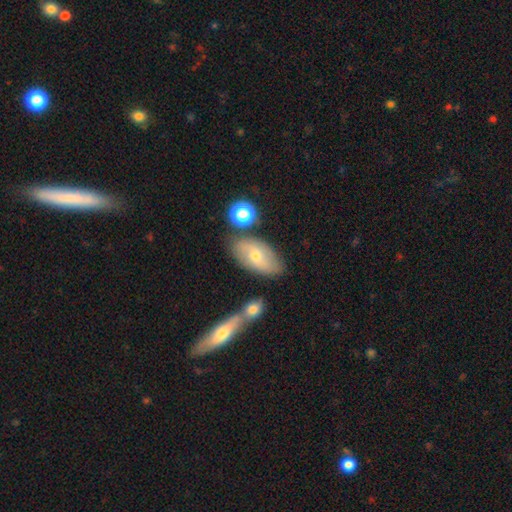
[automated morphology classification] Smooth or featured?
  - smooth: 55% *
  - featured or disk: 37%
  - star or artifact: 8%
How rounded?
  - in between: 90% *
  - round: 5%
  - cigar-shaped: 5%
Merging?
  - none: 67% *
  - minor disturbance: 15%
  - merger: 14%
  - major disturbance: 4%